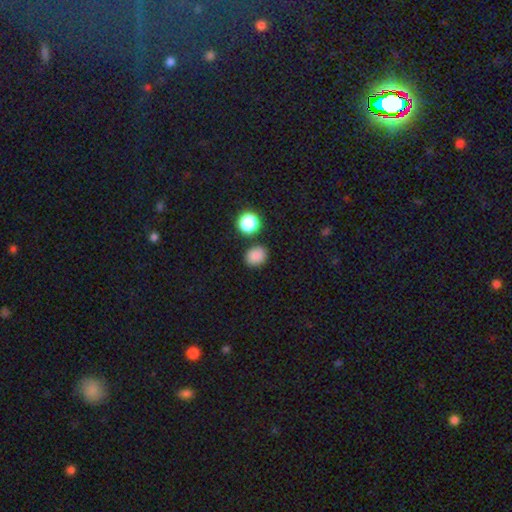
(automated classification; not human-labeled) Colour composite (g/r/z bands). It shows a smooth galaxy with no disk features (85%) that is round (56%). Merging: none (81%).